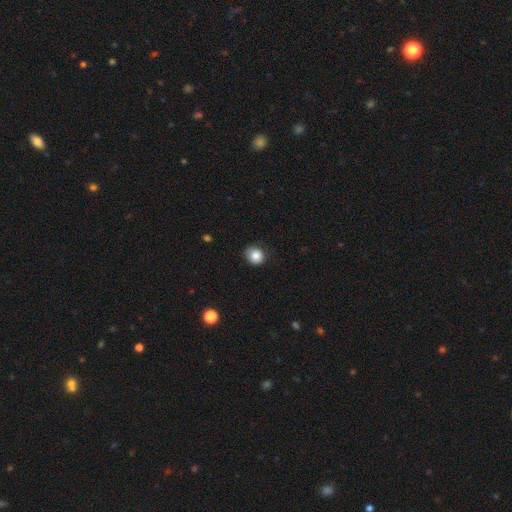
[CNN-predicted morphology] Smooth or featured? smooth (84%)
How rounded? round (76%)
Merging? none (79%)